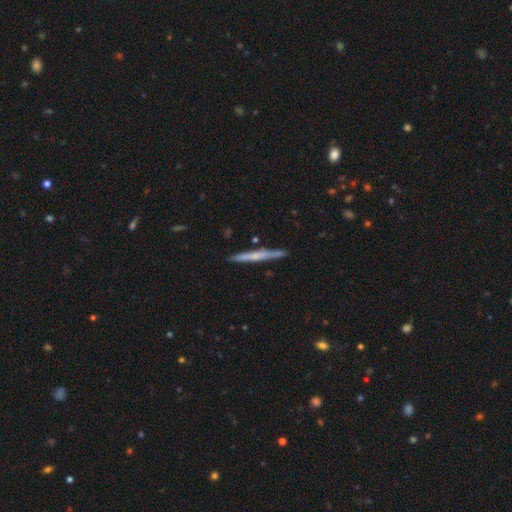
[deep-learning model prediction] This is possibly a featured or disk galaxy (51%). It is clearly viewed edge-on (97%). Merging: clearly none (89%).